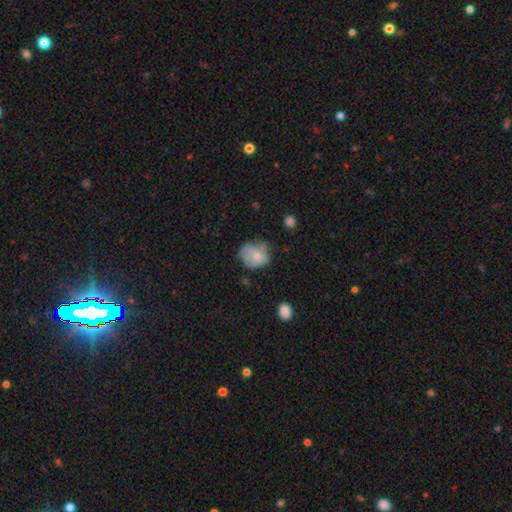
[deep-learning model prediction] A smooth galaxy with no disk features (62%) that is round (64%). Merging: none (46%).